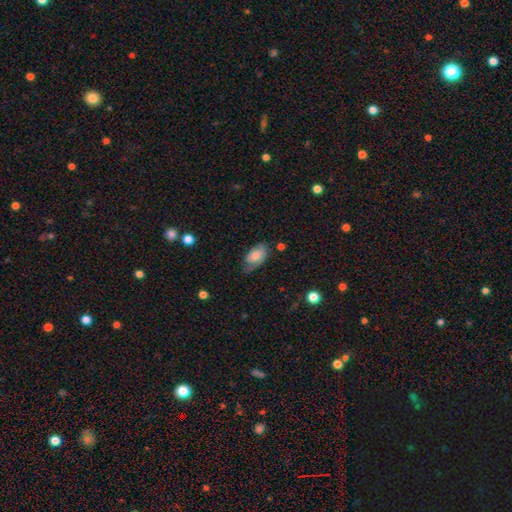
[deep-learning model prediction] The model was most divided on "merging": none: 53%, minor disturbance: 33%, major disturbance: 12%, merger: 2%. More confident: how rounded — in between (93%); smooth or featured — smooth (68%).